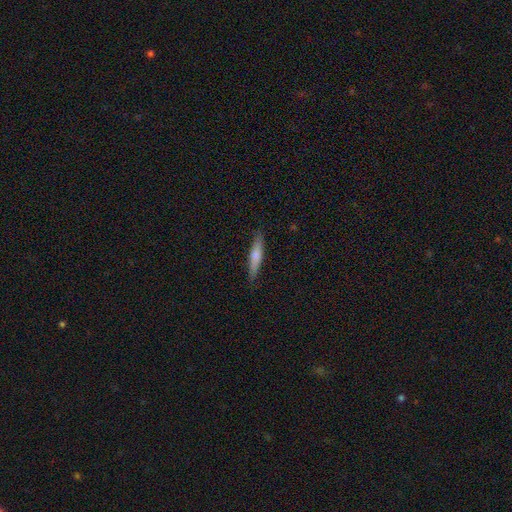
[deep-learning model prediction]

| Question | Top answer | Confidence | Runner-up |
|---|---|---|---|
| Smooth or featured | smooth | 64% | featured or disk (31%) |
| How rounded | cigar-shaped | 87% | in between (11%) |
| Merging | none | 88% | minor disturbance (9%) |